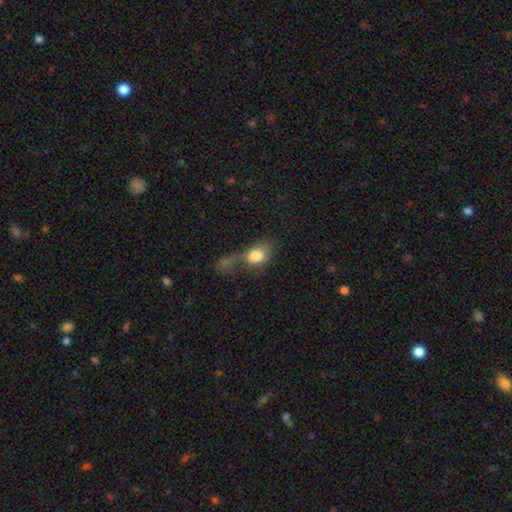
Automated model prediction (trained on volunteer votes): Smooth or featured? Predicted: smooth (p=0.75). How rounded? Predicted: in between (p=0.71). Merging? Predicted: major disturbance (p=0.45).